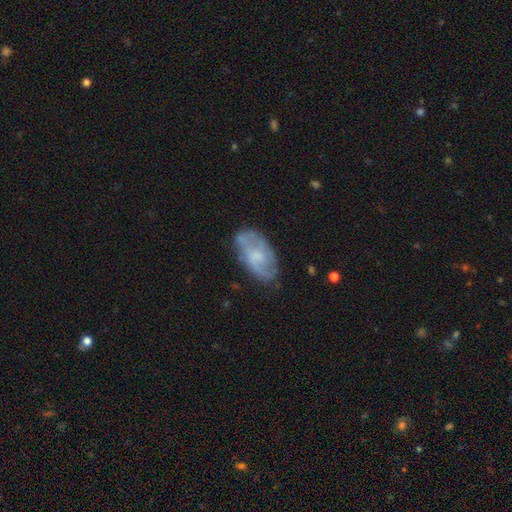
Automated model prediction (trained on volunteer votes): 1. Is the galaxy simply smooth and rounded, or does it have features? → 56% featured or disk, 36% smooth, 8% star or artifact.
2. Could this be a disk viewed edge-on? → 93% no, 7% yes.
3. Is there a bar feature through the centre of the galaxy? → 64% no, 31% weak, 5% strong.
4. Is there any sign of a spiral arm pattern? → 68% yes, 32% no.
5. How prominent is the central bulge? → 38% small, 34% moderate, 22% none, 5% large, 1% dominant.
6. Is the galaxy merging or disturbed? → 66% none, 23% minor disturbance, 8% major disturbance, 3% merger.